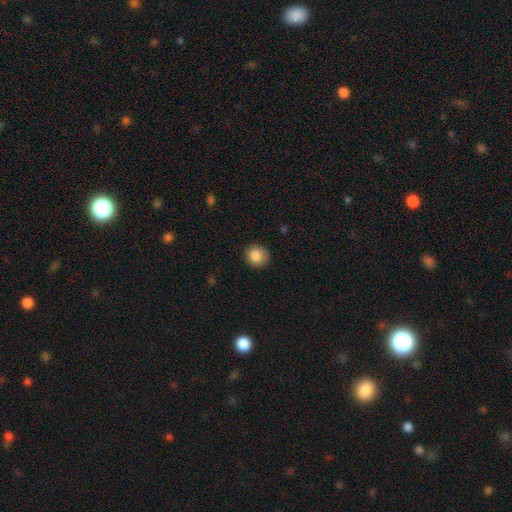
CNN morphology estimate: Smooth or featured: smooth — 86% (star or artifact — 9%)
How rounded: round — 84% (in between — 15%)
Merging: none — 88% (minor disturbance — 9%)